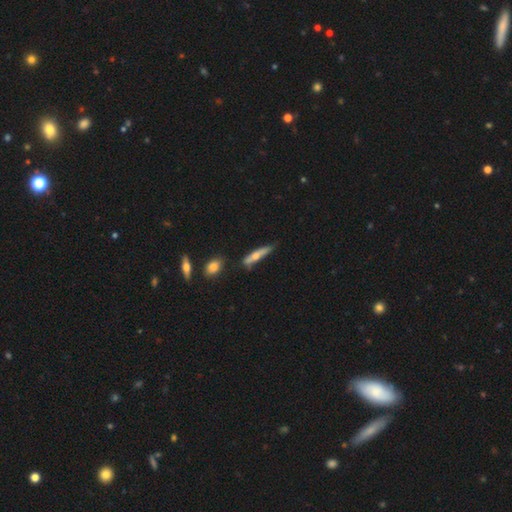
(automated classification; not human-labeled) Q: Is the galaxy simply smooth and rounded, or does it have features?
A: smooth — 48%.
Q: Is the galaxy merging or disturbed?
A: none — 67%.